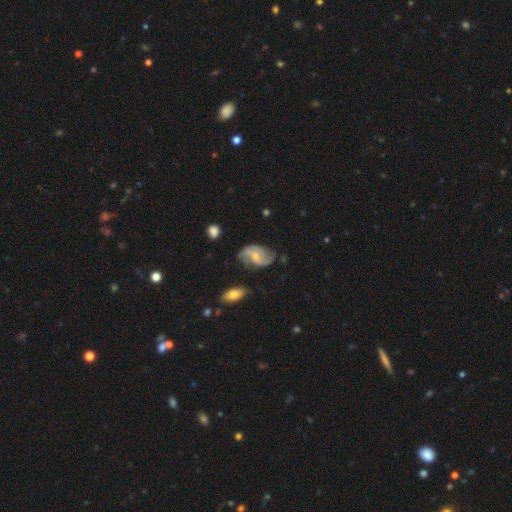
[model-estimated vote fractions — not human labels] featured or disk 74%, smooth 20%, star or artifact 7%. Down the decision tree: edge-on disk — no (97%); bar — weak (45%, tied with no); spiral arms — yes (92%); spiral arm count — 2 (84%); spiral winding — loose (44%); bulge size — small (54%); merging — none (61%).